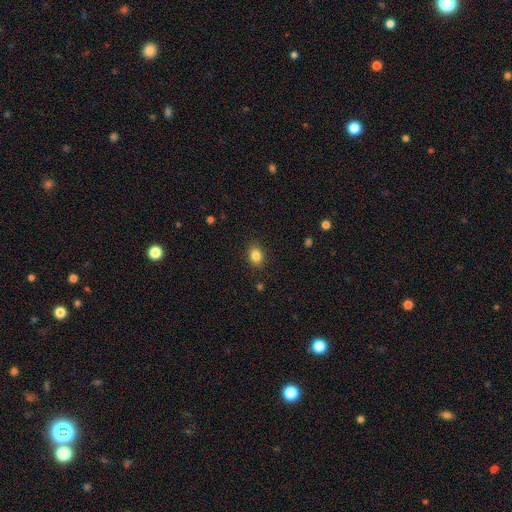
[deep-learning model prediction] Smooth or featured? Predicted: smooth (p=0.85). How rounded? Predicted: in between (p=0.70). Merging? Predicted: none (p=0.88).